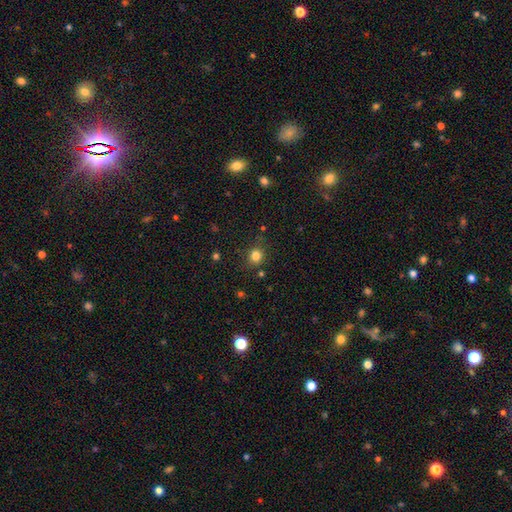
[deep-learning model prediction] Morphology: type=smooth (81%); roundness=round (84%); merging=none (84%).